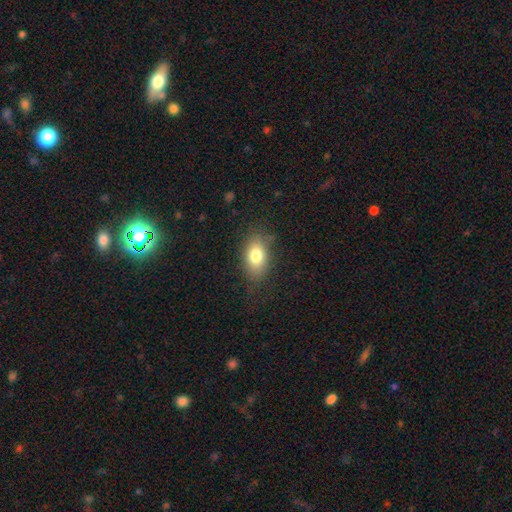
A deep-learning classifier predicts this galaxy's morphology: This is likely a smooth galaxy (78%). How rounded: clearly in between (86%). Merging: likely none (75%).